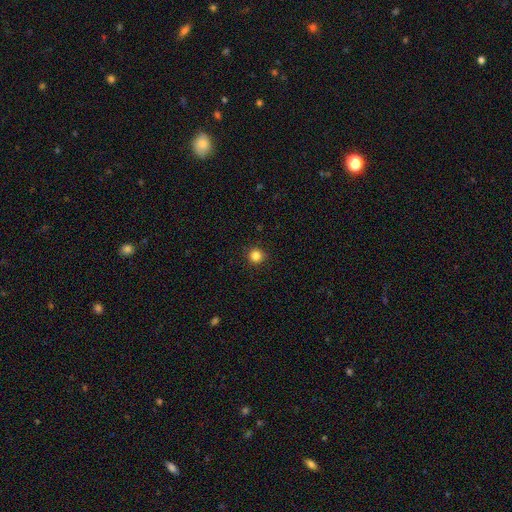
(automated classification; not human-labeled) A smooth galaxy with no disk features (84%) that is round (95%).

Vote fractions:
- Smooth or featured? smooth: 84% / star or artifact: 12% / featured or disk: 4%
- How rounded? round: 95% / in between: 4% / cigar-shaped: 1%
- Merging? none: 92% / minor disturbance: 5% / major disturbance: 2% / merger: 1%